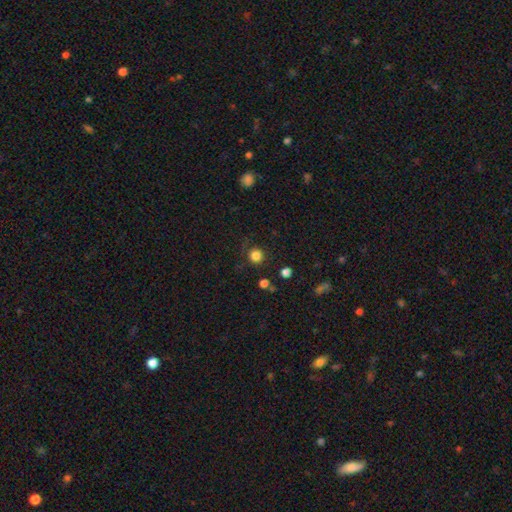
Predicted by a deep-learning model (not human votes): Smooth or featured?
  - smooth: 82% *
  - star or artifact: 13%
  - featured or disk: 5%
How rounded?
  - round: 93% *
  - in between: 6%
  - cigar-shaped: 1%
Merging?
  - none: 81% *
  - minor disturbance: 11%
  - major disturbance: 5%
  - merger: 3%